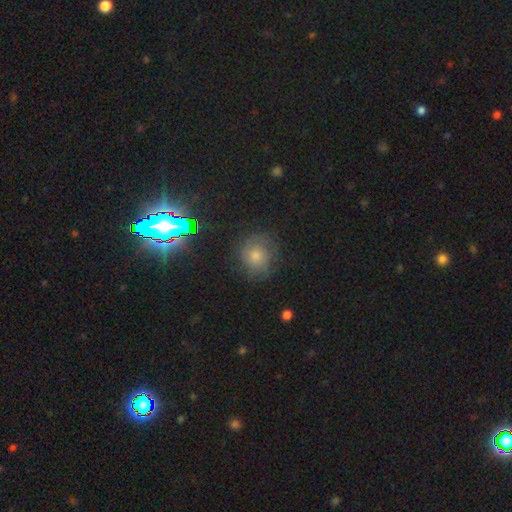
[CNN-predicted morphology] type=smooth (49%); merging=none (78%).